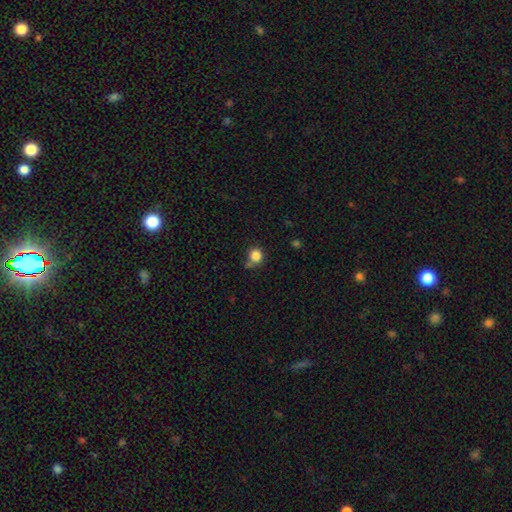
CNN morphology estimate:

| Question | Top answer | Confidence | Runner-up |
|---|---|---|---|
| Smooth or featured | smooth | 84% | star or artifact (11%) |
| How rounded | round | 89% | in between (10%) |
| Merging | none | 66% | minor disturbance (17%) |